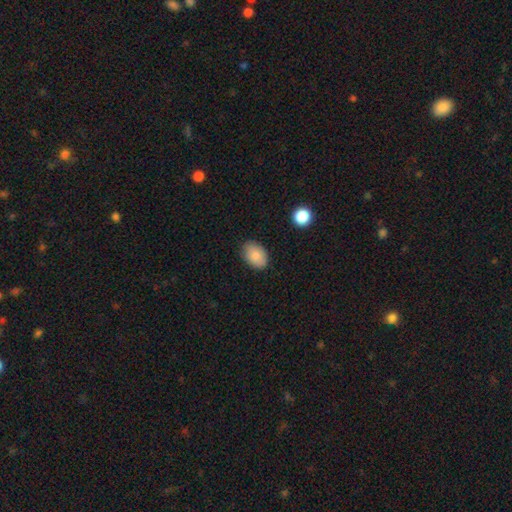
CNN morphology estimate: Smooth or featured: smooth — 86% (star or artifact — 7%)
How rounded: in between — 84% (round — 15%)
Merging: none — 84% (minor disturbance — 12%)